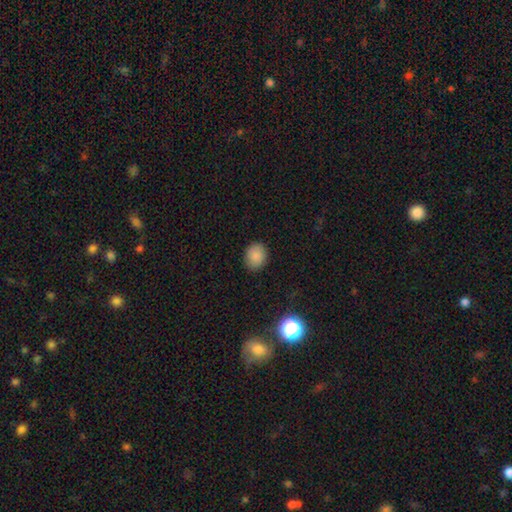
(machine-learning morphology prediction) Smooth or featured? Predicted: smooth (p=0.85). How rounded? Predicted: round (p=0.61). Merging? Predicted: none (p=0.87).